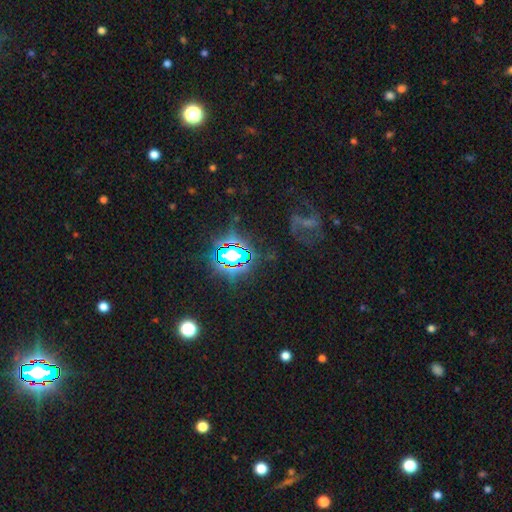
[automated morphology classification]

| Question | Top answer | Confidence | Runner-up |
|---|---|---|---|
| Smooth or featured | star or artifact | 69% | featured or disk (17%) |